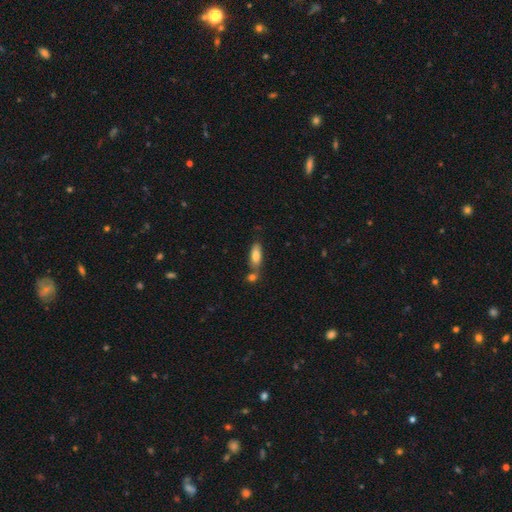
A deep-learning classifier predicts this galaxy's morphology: Smooth or featured? Predicted: smooth (p=0.80). How rounded? Predicted: in between (p=0.67). Merging? Predicted: none (p=0.52).